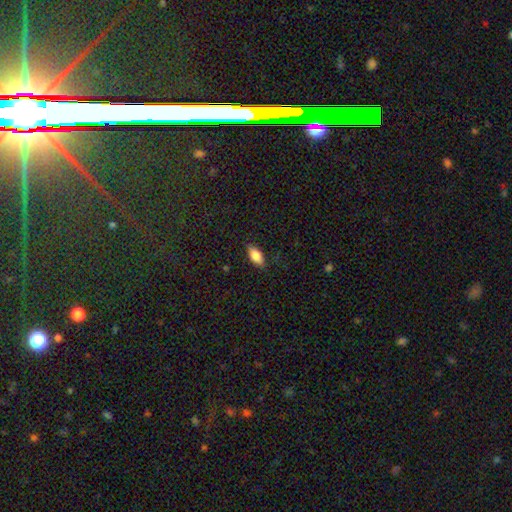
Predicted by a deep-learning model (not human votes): Smooth or featured: smooth — 82% (featured or disk — 11%)
How rounded: in between — 86% (cigar-shaped — 11%)
Merging: none — 84% (minor disturbance — 12%)